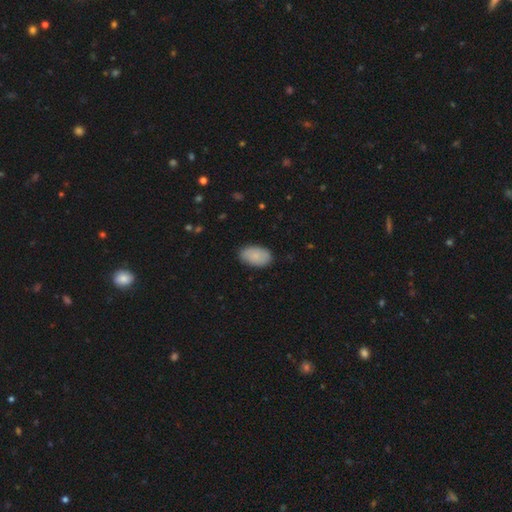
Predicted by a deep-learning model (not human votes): This is clearly a smooth galaxy (83%). How rounded: clearly in between (93%). Merging: clearly none (84%).